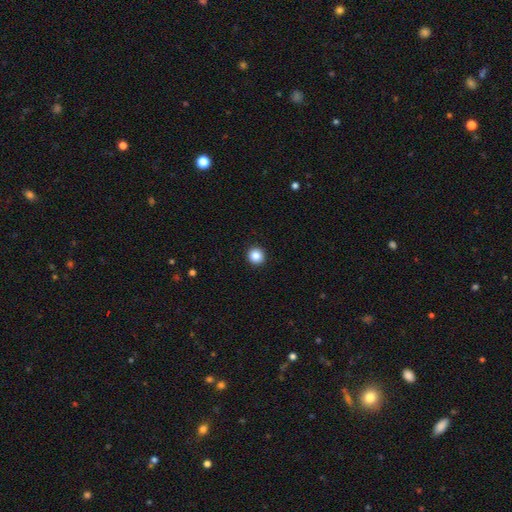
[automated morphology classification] smooth_or_featured: smooth (p=0.86) [alt: star or artifact p=0.10]
how_rounded: round (p=0.94) [alt: in between p=0.05]
merging: none (p=0.94) [alt: minor disturbance p=0.04]